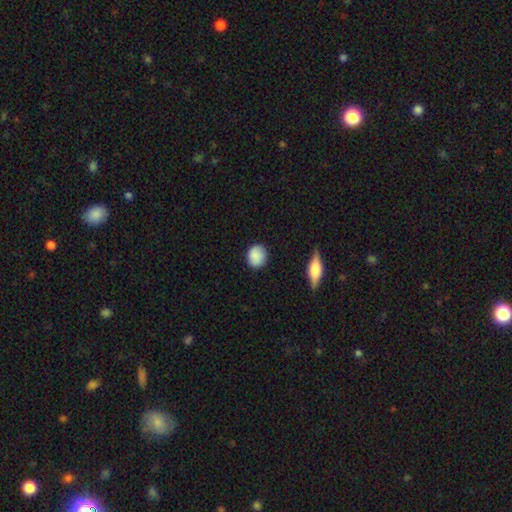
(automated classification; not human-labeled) This appears to be a smooth galaxy with no disk features (85%) that is round (78%). Merging: none (85%).